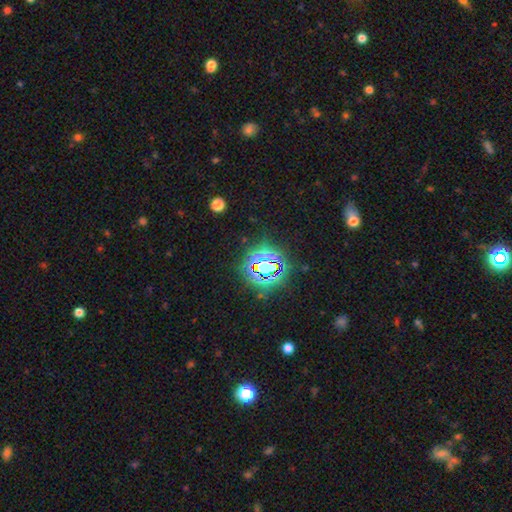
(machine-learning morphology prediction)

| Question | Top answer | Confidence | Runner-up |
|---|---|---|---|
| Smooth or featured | star or artifact | 79% | smooth (13%) |